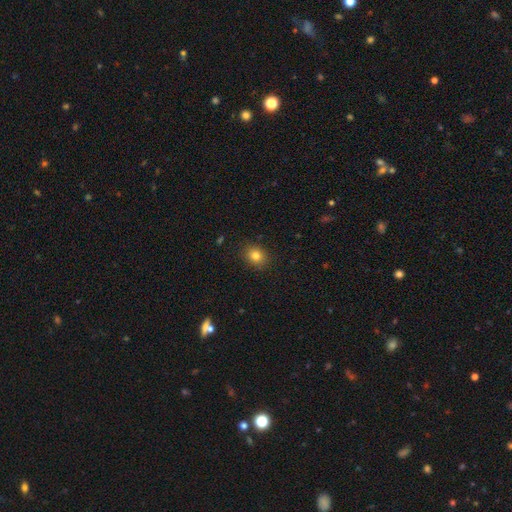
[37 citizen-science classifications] Smooth or featured?
  - smooth: 89% *
  - featured or disk: 5%
  - star or artifact: 5%
How rounded?
  - round: 55% *
  - in between: 42%
  - cigar-shaped: 3%
Merging?
  - none: 86% *
  - minor disturbance: 14%
  - major disturbance: 0%
  - merger: 0%